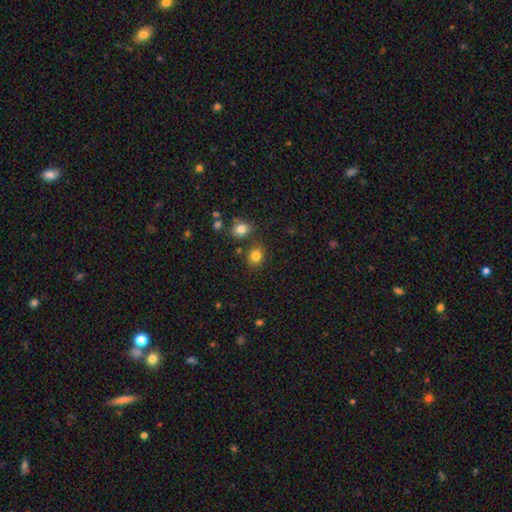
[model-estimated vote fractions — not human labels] Smooth or featured? smooth (81%)
How rounded? round (65%)
Merging? none (76%)